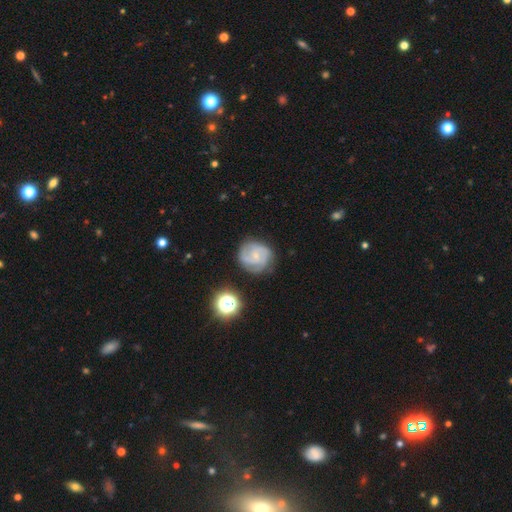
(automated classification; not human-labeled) The model was most divided on "spiral winding": tight: 46%, medium: 43%, loose: 10%. Remaining: edge-on disk — no (98%); spiral arms — yes (95%); smooth or featured — featured or disk (78%); merging — none (74%); bulge size — small (73%); bar — no (61%); spiral arm count — 2 (43%).